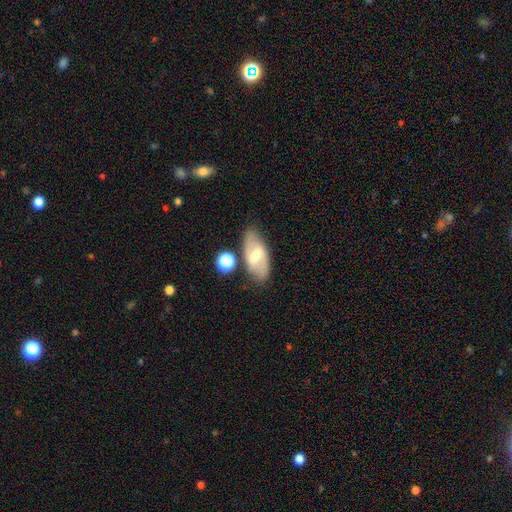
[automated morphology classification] smooth-or-featured: featured or disk: 59% | smooth: 34% | star or artifact: 7%
  disk-edge-on: no: 87% | yes: 13%
    bar: strong: 48% | weak: 40% | no: 12%
    has-spiral-arms: yes: 67% | no: 33%
    bulge-size: moderate: 54% | small: 35% | large: 6% | none: 3% | dominant: 1%
  merging: none: 77% | minor disturbance: 14% | merger: 5% | major disturbance: 4%